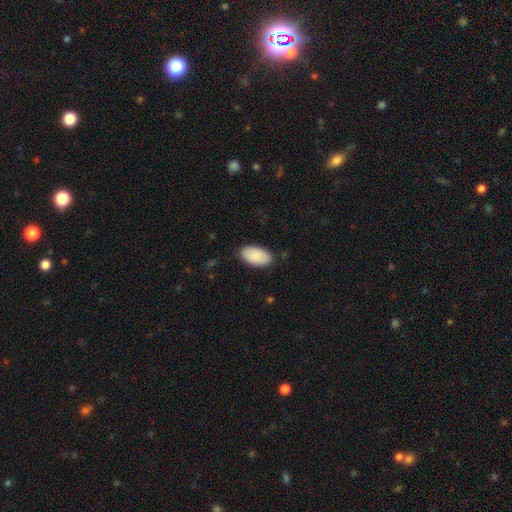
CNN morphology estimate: Q: Smooth or featured?
A: smooth (90%); runner-up: star or artifact (5%)
Q: How rounded?
A: in between (96%); runner-up: round (2%)
Q: Merging?
A: none (86%); runner-up: minor disturbance (11%)